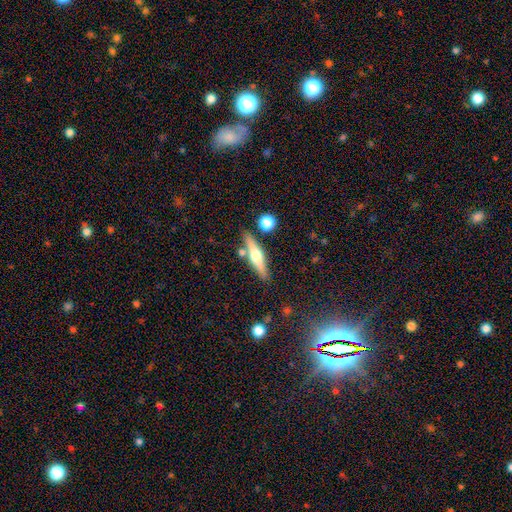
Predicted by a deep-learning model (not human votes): A featured or disk galaxy (56%) viewed edge-on (95%) with a rounded central bulge (92%).

Vote fractions:
- Smooth or featured? featured or disk: 56% / smooth: 37% / star or artifact: 7%
- Edge-on disk? yes: 95% / no: 5%
- Edge-on bulge? rounded: 92% / boxy: 4% / none: 4%
- Merging? none: 80% / minor disturbance: 10% / merger: 8% / major disturbance: 2%